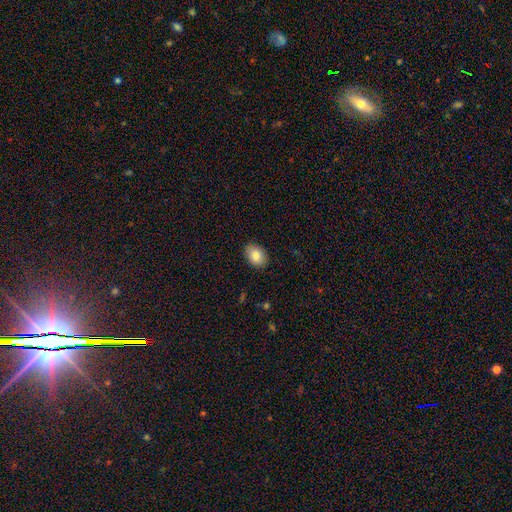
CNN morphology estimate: This is clearly a smooth galaxy (83%). How rounded: likely in between (77%). Merging: clearly none (87%).